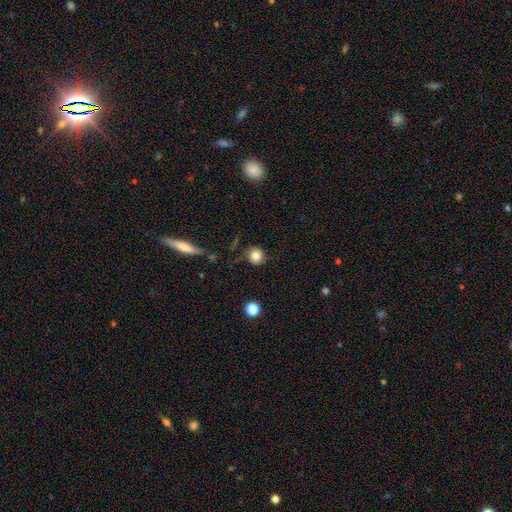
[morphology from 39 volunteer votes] type=smooth (90%); roundness=round (83%); merging=none (79%).